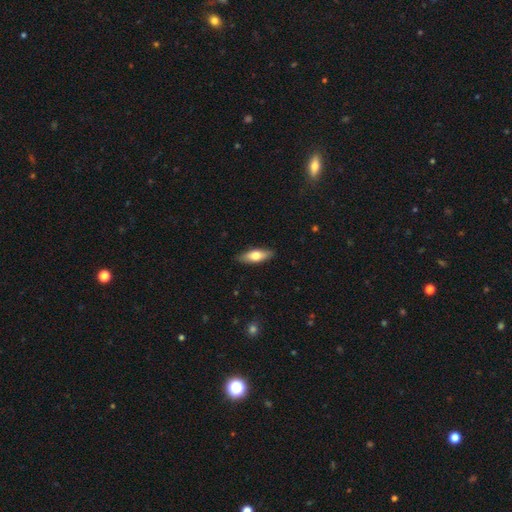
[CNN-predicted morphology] Smooth or featured: smooth — 66% (featured or disk — 29%)
How rounded: in between — 62% (cigar-shaped — 35%)
Merging: none — 88% (minor disturbance — 9%)